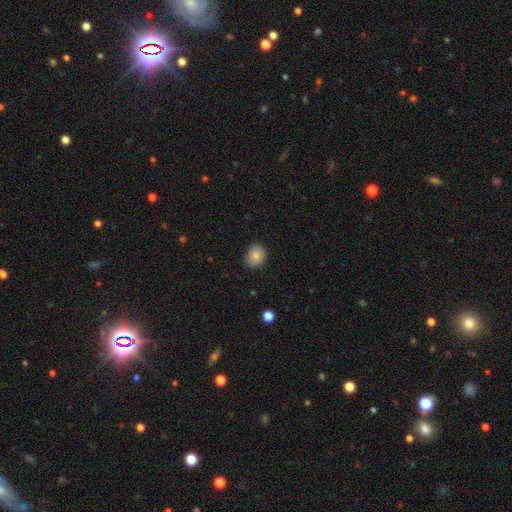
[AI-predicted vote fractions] This is clearly a smooth galaxy (85%). How rounded: possibly round (56%). Merging: clearly none (81%).